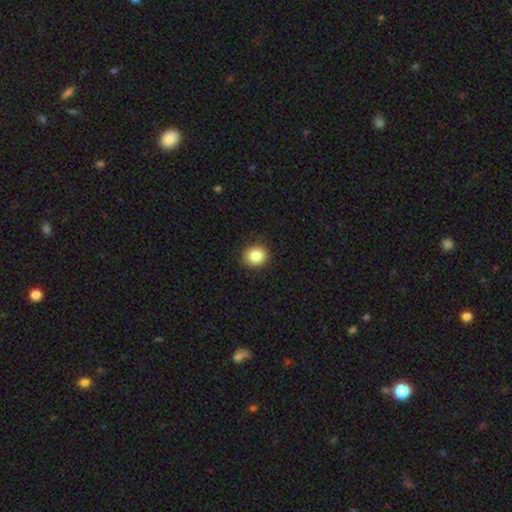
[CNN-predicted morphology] Smooth or featured: smooth — 85% (star or artifact — 9%)
How rounded: round — 81% (in between — 18%)
Merging: none — 90% (minor disturbance — 7%)